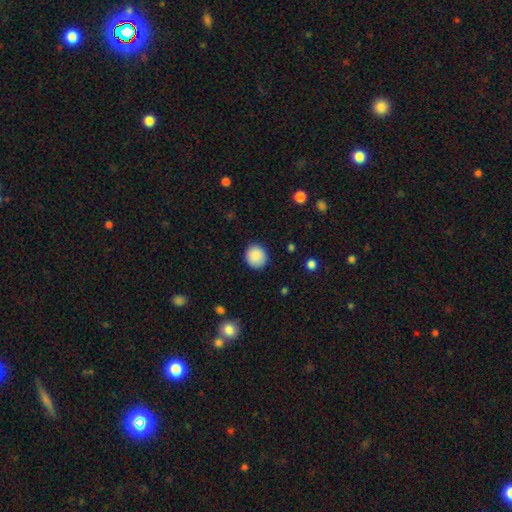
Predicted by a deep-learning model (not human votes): smooth_or_featured: smooth (p=0.87) [alt: star or artifact p=0.08]
how_rounded: round (p=0.89) [alt: in between p=0.10]
merging: none (p=0.88) [alt: minor disturbance p=0.09]